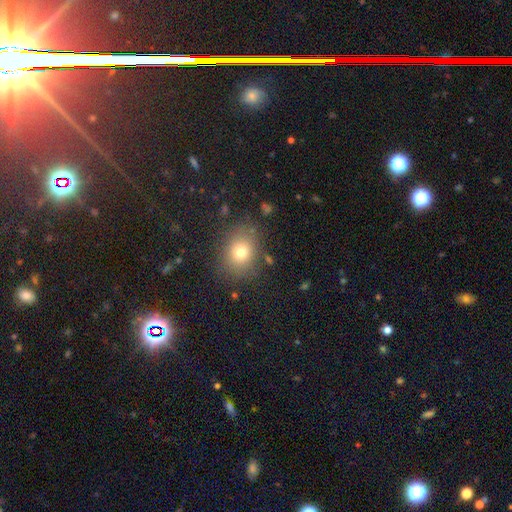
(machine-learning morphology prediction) Smooth or featured?
  - smooth: 44% *
  - star or artifact: 43%
  - featured or disk: 13%
Merging?
  - none: 85% *
  - minor disturbance: 9%
  - major disturbance: 4%
  - merger: 2%